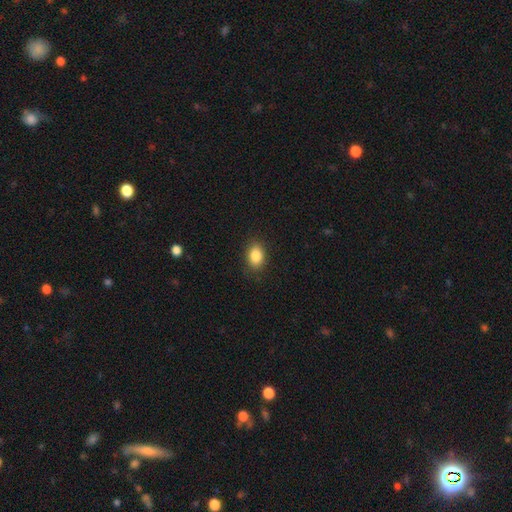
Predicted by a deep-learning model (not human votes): Smooth or featured? smooth (86%)
How rounded? in between (77%)
Merging? none (87%)